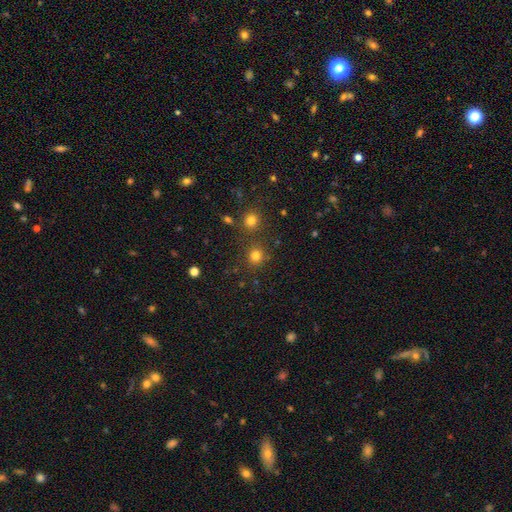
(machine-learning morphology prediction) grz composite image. It shows a smooth galaxy with no disk features (77%) that is round (89%). Merging: none (82%).